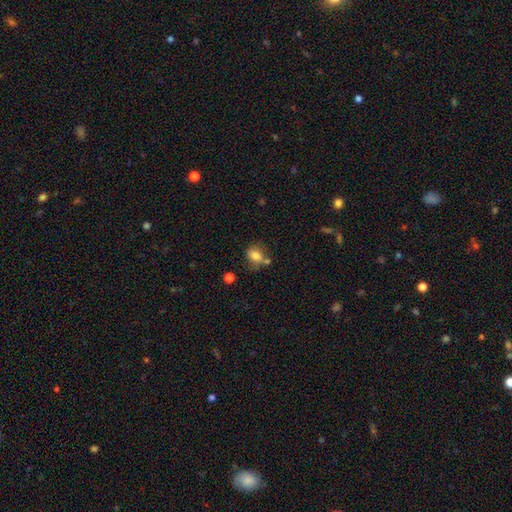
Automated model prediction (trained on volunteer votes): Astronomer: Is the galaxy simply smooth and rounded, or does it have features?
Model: smooth — 78%.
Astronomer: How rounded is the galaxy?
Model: in between — 61% (runner-up: round, 37%).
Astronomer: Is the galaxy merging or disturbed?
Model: none — 54%.